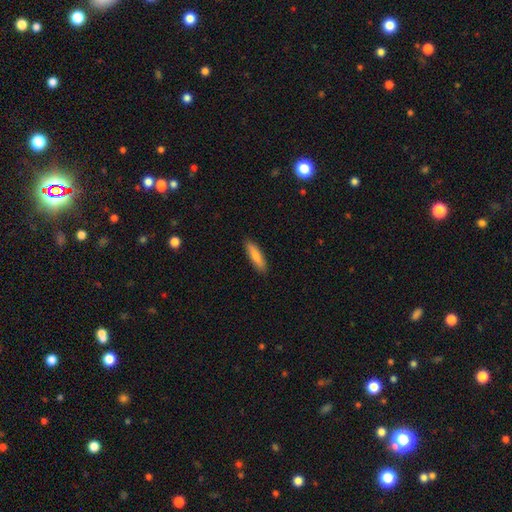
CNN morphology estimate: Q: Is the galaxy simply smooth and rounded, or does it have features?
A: smooth — 82%.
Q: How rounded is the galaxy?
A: cigar-shaped — 70%.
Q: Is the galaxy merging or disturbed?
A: none — 89%.